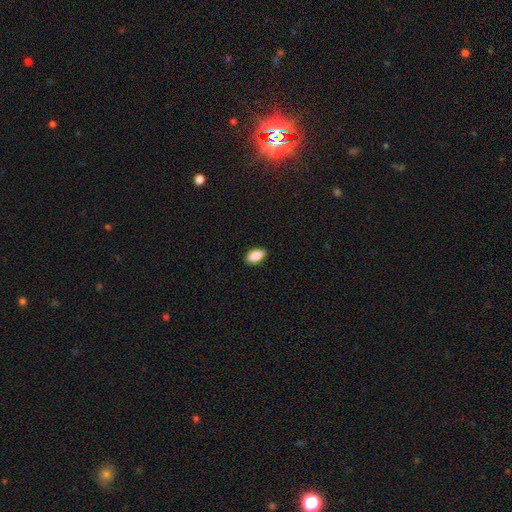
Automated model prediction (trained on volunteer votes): A smooth galaxy with no disk features (88%) that is in between round and cigar-shaped (93%).

Vote fractions:
- Smooth or featured? smooth: 88% / star or artifact: 7% / featured or disk: 5%
- How rounded? in between: 93% / round: 5% / cigar-shaped: 3%
- Merging? none: 88% / minor disturbance: 9% / major disturbance: 2% / merger: 1%